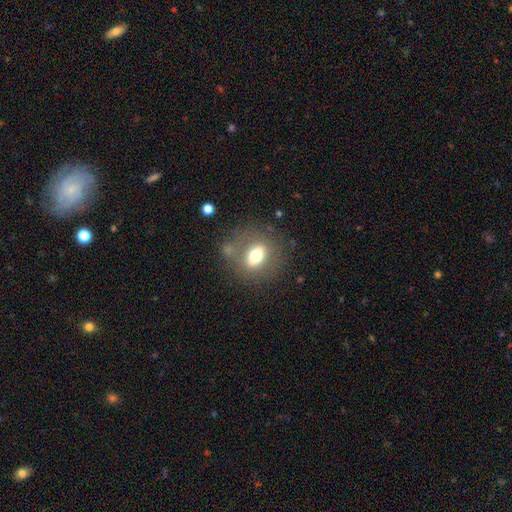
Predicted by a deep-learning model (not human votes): Smooth or featured? Predicted: smooth (p=0.61). How rounded? Predicted: in between (p=0.55). Merging? Predicted: none (p=0.69).